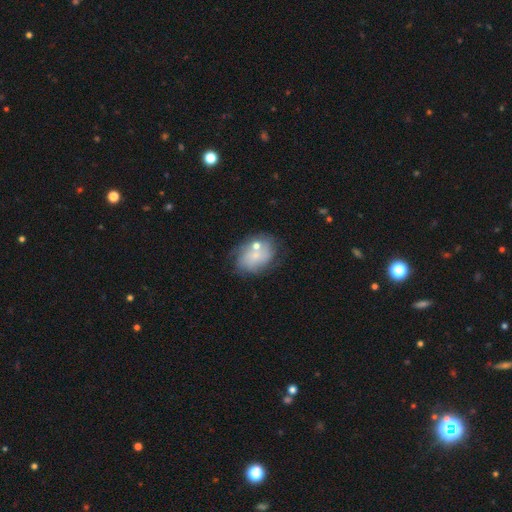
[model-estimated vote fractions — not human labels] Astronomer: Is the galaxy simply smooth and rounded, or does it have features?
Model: smooth — 46% (runner-up: featured or disk, 44%).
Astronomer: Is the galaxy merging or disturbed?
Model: none — 52%.